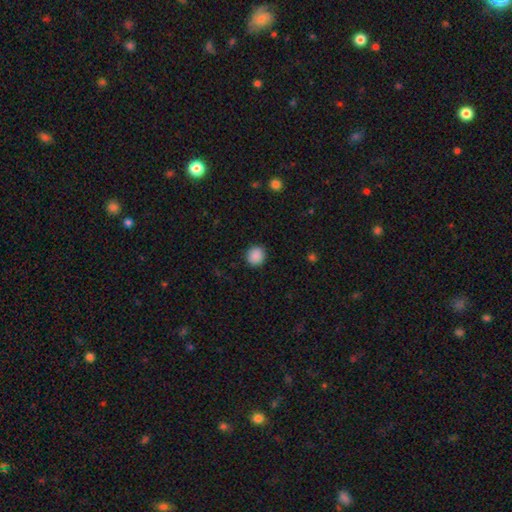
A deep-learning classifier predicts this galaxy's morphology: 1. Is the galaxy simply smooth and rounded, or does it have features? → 89% smooth, 8% star or artifact, 2% featured or disk.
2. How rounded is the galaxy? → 87% round, 12% in between, 1% cigar-shaped.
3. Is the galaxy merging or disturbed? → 91% none, 6% minor disturbance, 2% major disturbance, 1% merger.